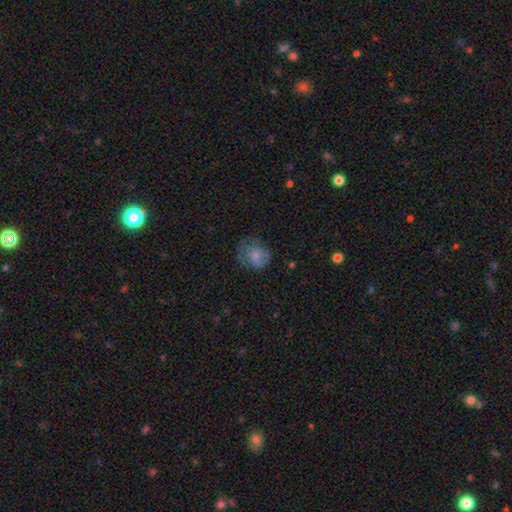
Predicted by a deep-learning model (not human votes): This appears to be a smooth galaxy with no disk features (72%) that is round (71%). Merging: none (50%).